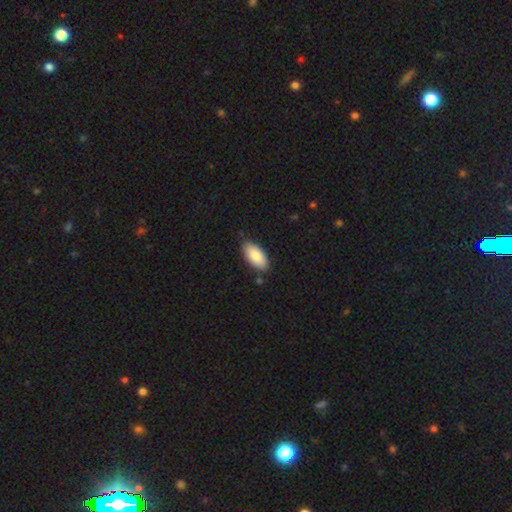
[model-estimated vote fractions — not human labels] This appears to be a smooth galaxy with no disk features (86%) that is in between round and cigar-shaped (92%). Merging: none (82%).